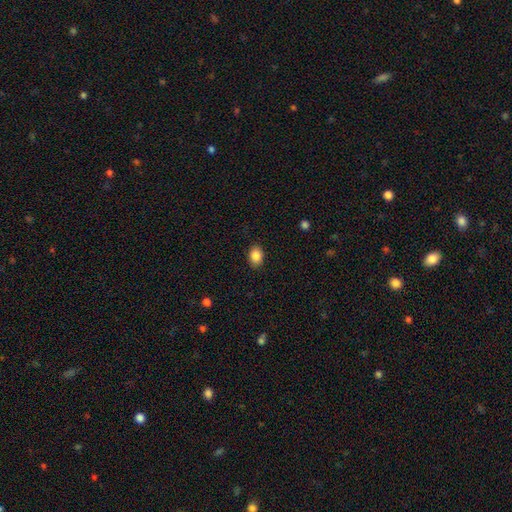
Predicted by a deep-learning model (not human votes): A smooth galaxy with no disk features (87%) that is in between round and cigar-shaped (72%).

Vote fractions:
- Smooth or featured? smooth: 87% / star or artifact: 8% / featured or disk: 4%
- How rounded? in between: 72% / round: 27% / cigar-shaped: 1%
- Merging? none: 87% / minor disturbance: 9% / major disturbance: 2% / merger: 1%